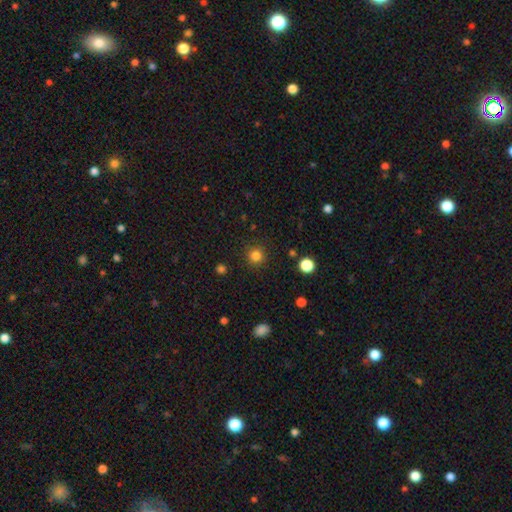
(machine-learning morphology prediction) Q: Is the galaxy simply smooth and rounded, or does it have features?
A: smooth — 82%.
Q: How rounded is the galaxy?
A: round — 95%.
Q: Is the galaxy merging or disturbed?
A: none — 90%.